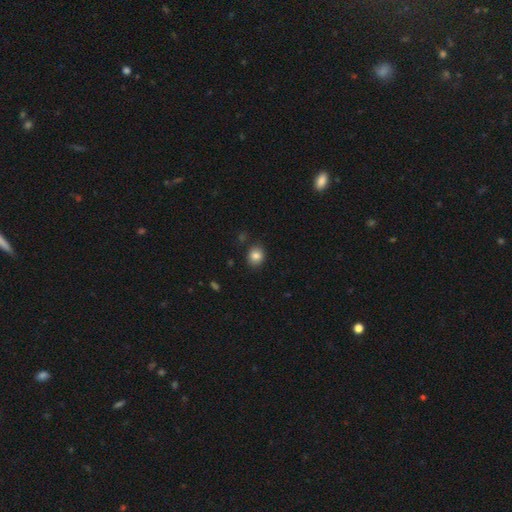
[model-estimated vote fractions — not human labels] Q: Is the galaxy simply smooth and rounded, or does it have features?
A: smooth — 84%.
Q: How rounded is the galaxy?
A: round — 70%.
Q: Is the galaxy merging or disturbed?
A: none — 86%.